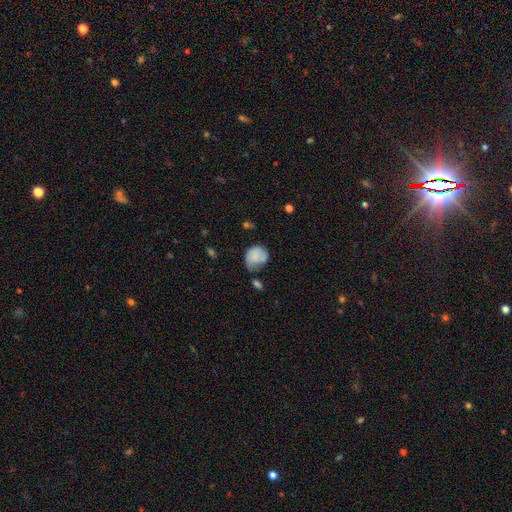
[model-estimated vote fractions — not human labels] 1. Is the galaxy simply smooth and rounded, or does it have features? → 66% smooth, 26% featured or disk, 8% star or artifact.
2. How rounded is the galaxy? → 64% round, 35% in between, 1% cigar-shaped.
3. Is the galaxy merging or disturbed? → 37% none, 36% minor disturbance, 20% major disturbance, 8% merger.